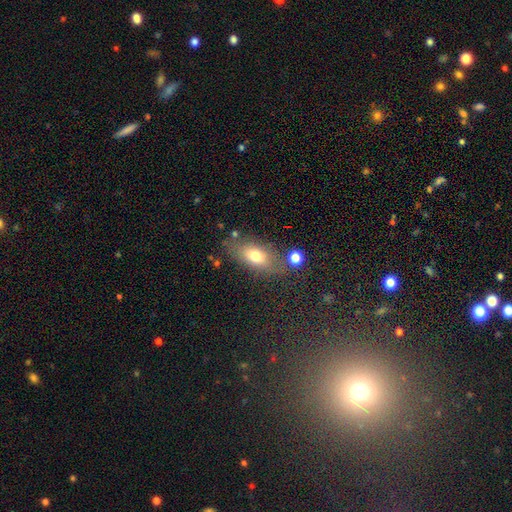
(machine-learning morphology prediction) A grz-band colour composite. It shows a smooth galaxy with no disk features (72%) that is in between round and cigar-shaped (80%). Merging: none (67%).